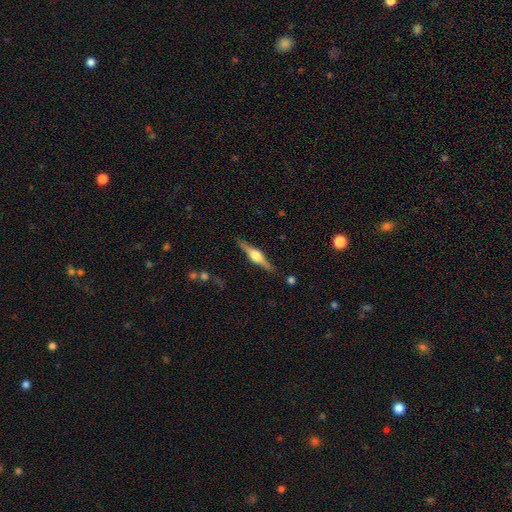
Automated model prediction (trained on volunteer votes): Smooth or featured? Predicted: featured or disk (p=0.74). Edge-on disk? Predicted: yes (p=0.97). Edge-on bulge? Predicted: rounded (p=0.91). Merging? Predicted: none (p=0.88).